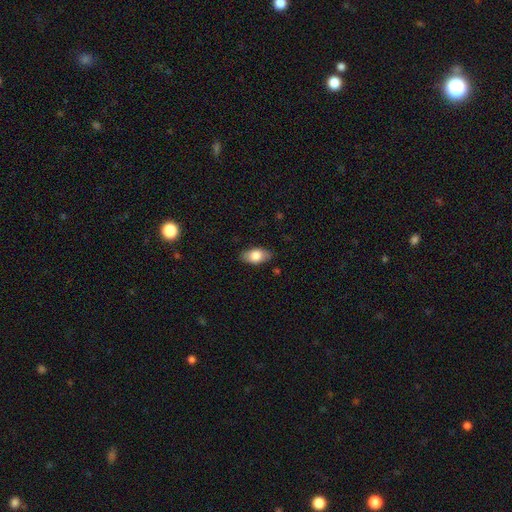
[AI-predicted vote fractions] smooth-or-featured: smooth: 78% | featured or disk: 16% | star or artifact: 7%
  how-rounded: in between: 91% | round: 5% | cigar-shaped: 4%
  merging: none: 84% | minor disturbance: 12% | major disturbance: 3% | merger: 1%